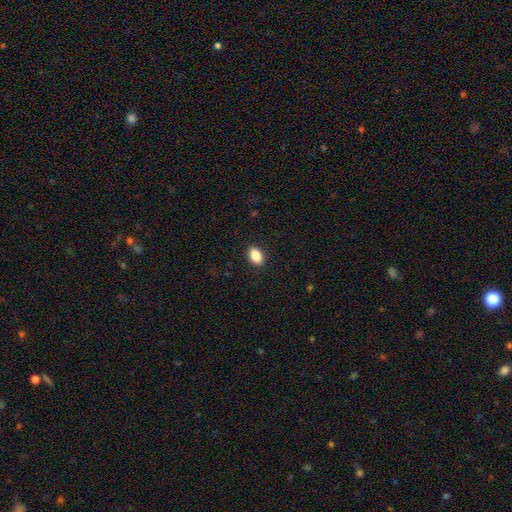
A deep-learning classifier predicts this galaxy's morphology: type=smooth (86%); roundness=in between (87%); merging=none (90%).